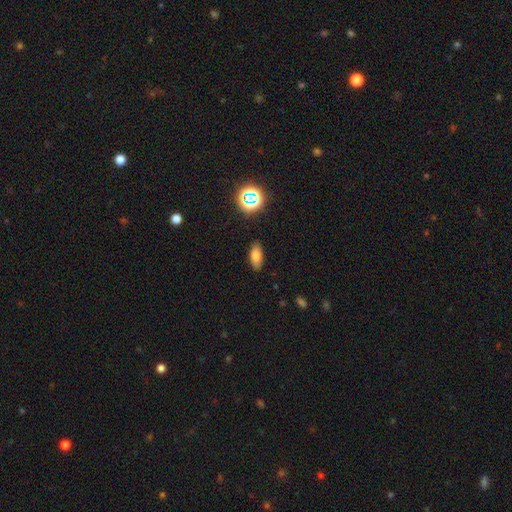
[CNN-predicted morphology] A smooth galaxy with no disk features (75%) that is in between round and cigar-shaped (83%). Merging: none (87%).